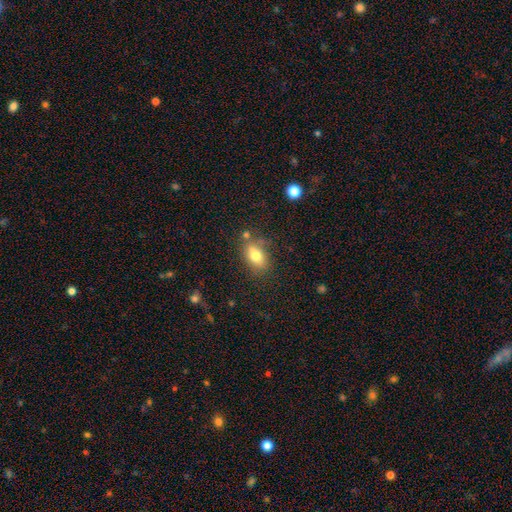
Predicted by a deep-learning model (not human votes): smooth-or-featured: smooth: 77% | featured or disk: 14% | star or artifact: 10%
  how-rounded: in between: 84% | round: 12% | cigar-shaped: 3%
  merging: none: 71% | minor disturbance: 15% | merger: 9% | major disturbance: 4%